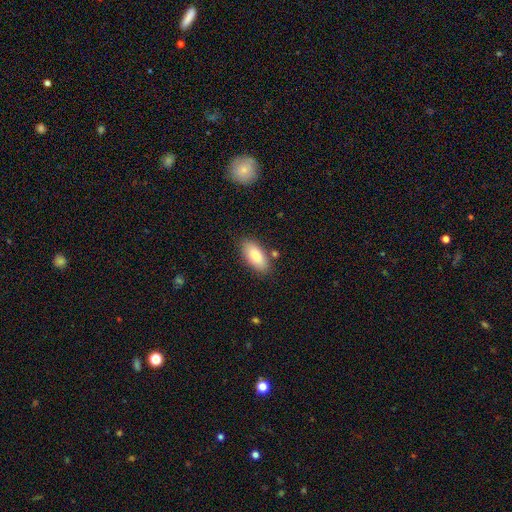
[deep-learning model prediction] Morphology: type=smooth (80%); roundness=in between (90%); merging=none (81%).